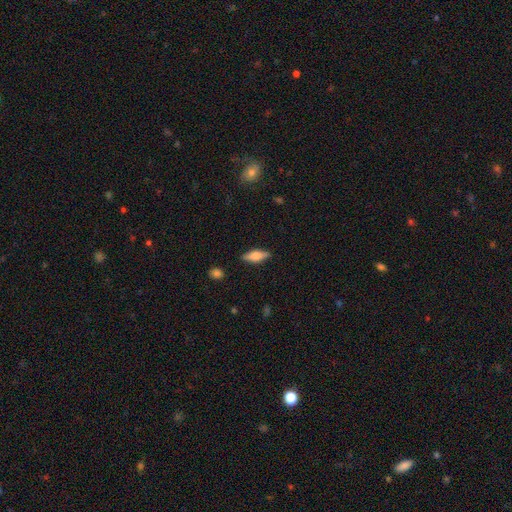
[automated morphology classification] This appears to be a smooth galaxy with no disk features (58%) that is in between round and cigar-shaped (58%). Merging: none (86%).